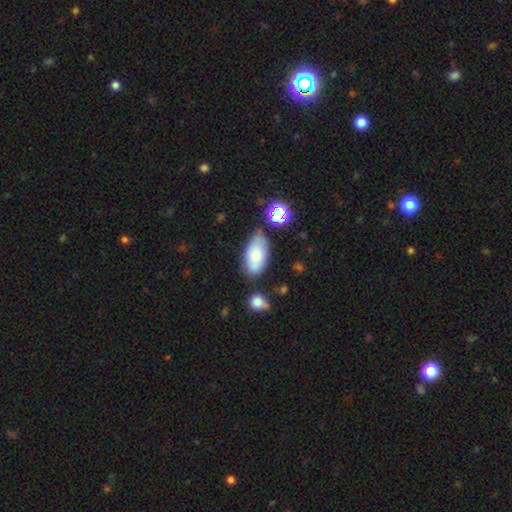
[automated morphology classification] The model was most divided on "merging": none: 65%, minor disturbance: 20%, merger: 10%, major disturbance: 5%. More confident: how rounded — in between (92%); smooth or featured — smooth (73%).